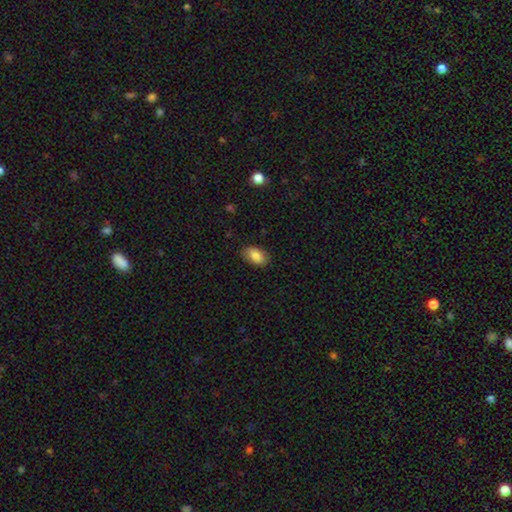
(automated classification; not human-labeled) Smooth or featured? smooth (84%)
How rounded? in between (92%)
Merging? none (86%)